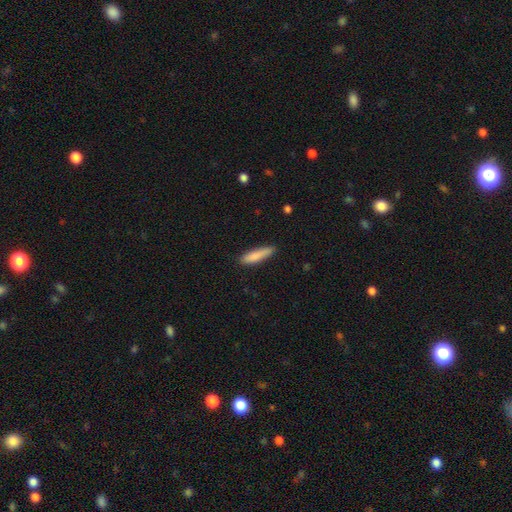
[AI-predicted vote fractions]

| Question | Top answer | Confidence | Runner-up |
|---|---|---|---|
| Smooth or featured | smooth | 84% | featured or disk (11%) |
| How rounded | cigar-shaped | 81% | in between (18%) |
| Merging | none | 83% | minor disturbance (13%) |